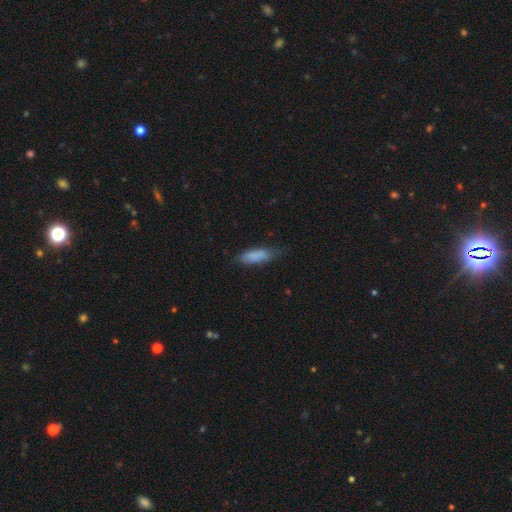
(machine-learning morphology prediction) smooth-or-featured: smooth: 84% | featured or disk: 9% | star or artifact: 7%
  how-rounded: in between: 54% | cigar-shaped: 44% | round: 2%
  merging: none: 62% | minor disturbance: 29% | major disturbance: 7% | merger: 2%